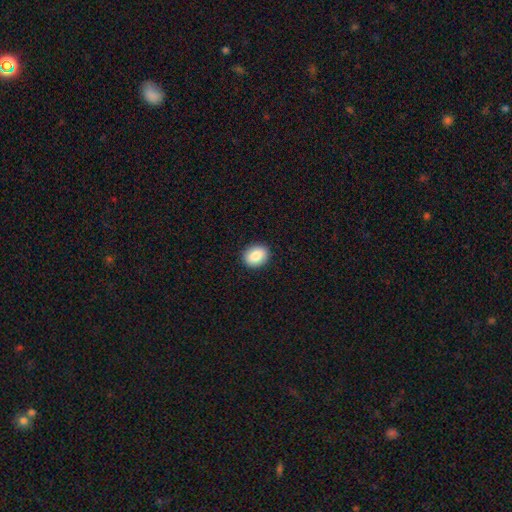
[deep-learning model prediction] smooth-or-featured: smooth: 86% | star or artifact: 8% | featured or disk: 6%
  how-rounded: in between: 54% | round: 45% | cigar-shaped: 1%
  merging: none: 91% | minor disturbance: 7% | major disturbance: 2% | merger: 1%